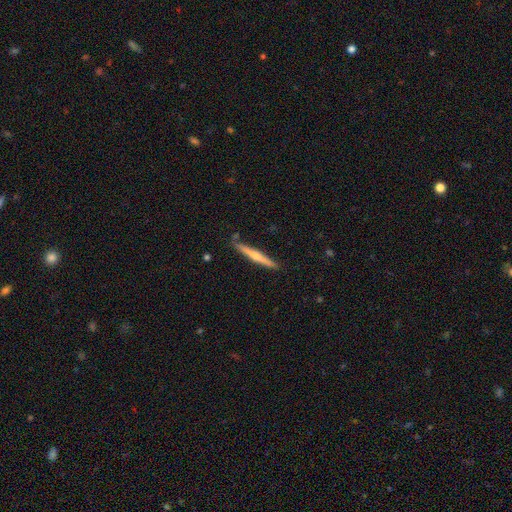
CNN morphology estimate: Smooth or featured: featured or disk — 61% (smooth — 33%)
Edge-on disk: yes — 97% (no — 3%)
Edge-on bulge: rounded — 80% (none — 16%)
Merging: none — 88% (minor disturbance — 8%)